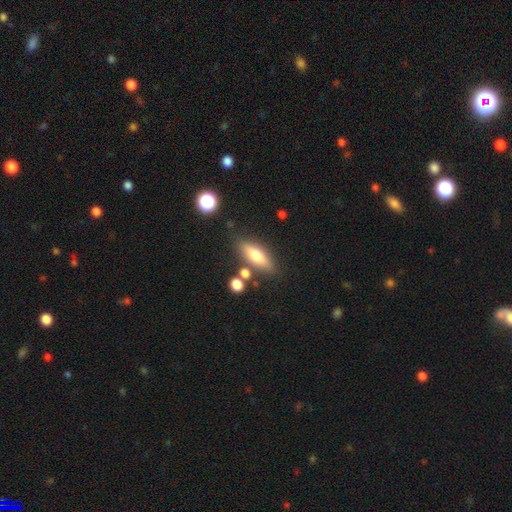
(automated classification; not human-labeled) Smooth or featured: smooth — 63% (featured or disk — 29%)
How rounded: in between — 56% (cigar-shaped — 41%)
Merging: none — 77% (minor disturbance — 12%)